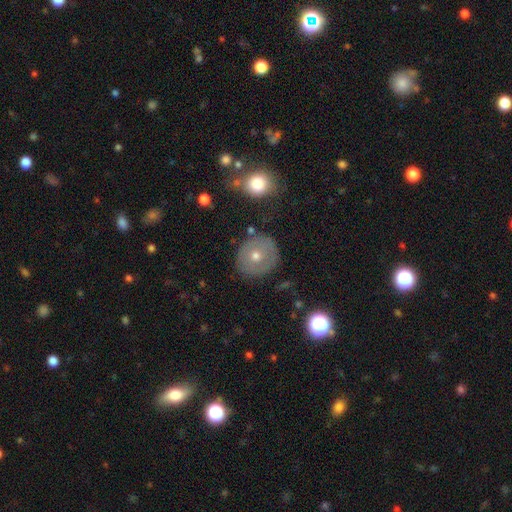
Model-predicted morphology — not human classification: Q: Smooth or featured?
A: smooth (55%); runner-up: featured or disk (34%)
Q: How rounded?
A: round (84%); runner-up: in between (15%)
Q: Merging?
A: none (83%); runner-up: minor disturbance (11%)